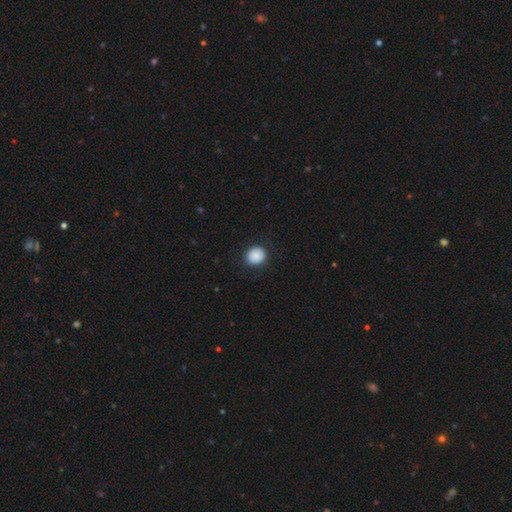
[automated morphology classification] A smooth galaxy with no disk features (88%) that is round (85%). Merging: none (89%).